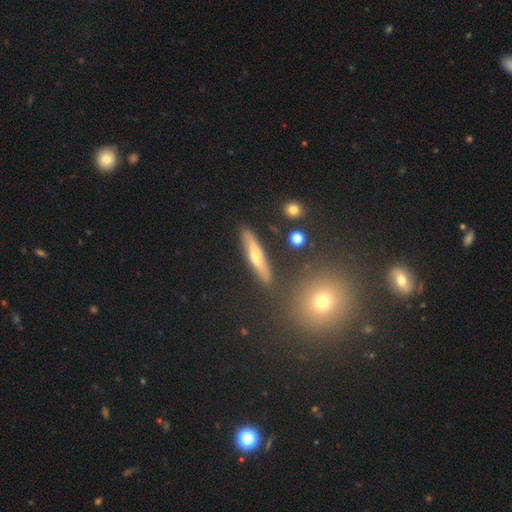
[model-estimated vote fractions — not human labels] Smooth or featured?
  - featured or disk: 54% *
  - smooth: 27%
  - star or artifact: 18%
Edge-on disk?
  - yes: 85% *
  - no: 15%
Merging?
  - none: 85% *
  - minor disturbance: 8%
  - merger: 4%
  - major disturbance: 3%